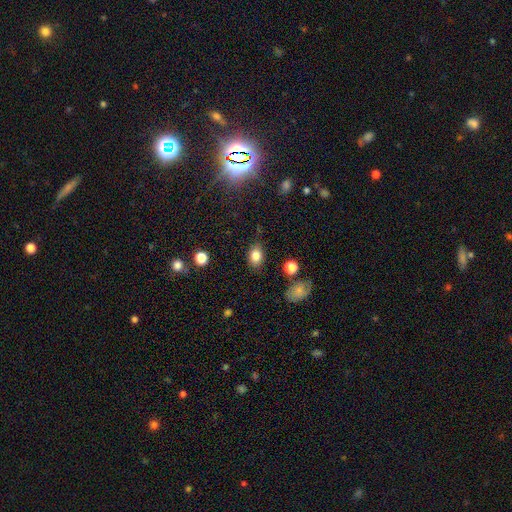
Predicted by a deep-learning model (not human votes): This appears to be a smooth galaxy with no disk features (82%) that is in between round and cigar-shaped (72%). Merging: none (79%).